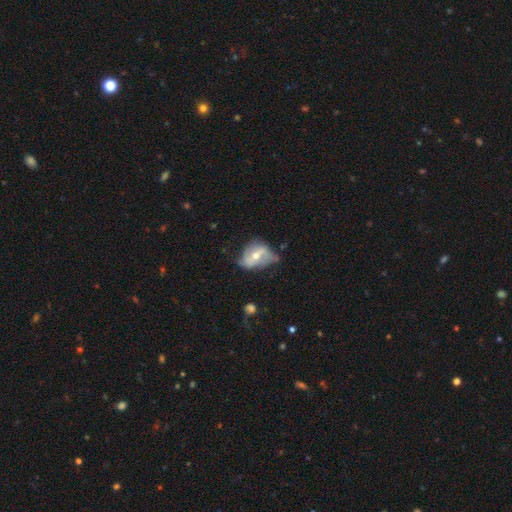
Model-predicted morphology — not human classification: Smooth or featured? featured or disk (62%)
Edge-on disk? no (94%)
Bar? no (43%)
Spiral arms? yes (59%)
Bulge size? moderate (60%)
Merging? none (39%)